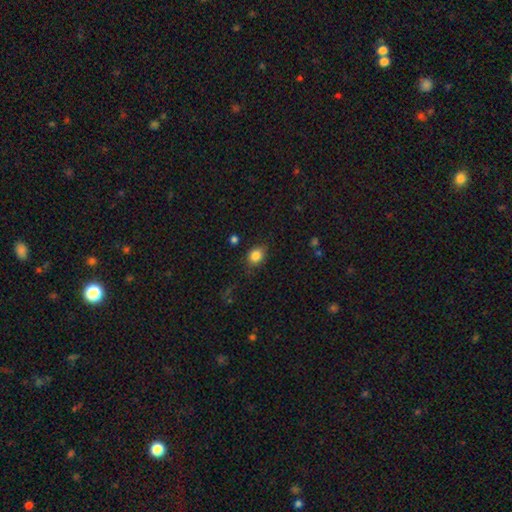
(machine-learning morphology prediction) type=smooth (84%); roundness=round (52%); merging=none (80%).